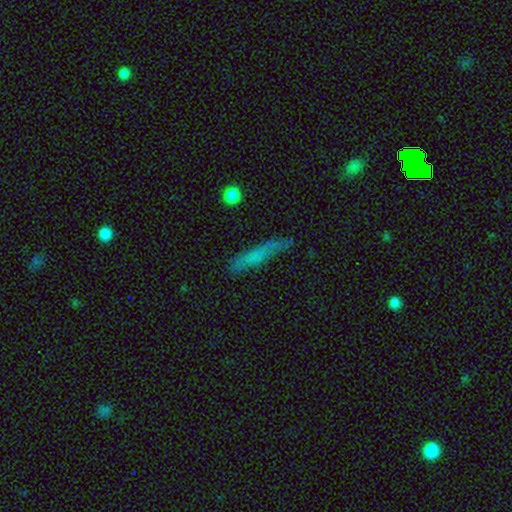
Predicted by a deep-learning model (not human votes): Smooth or featured? Predicted: smooth (p=0.64). How rounded? Predicted: cigar-shaped (p=0.91). Merging? Predicted: none (p=0.76).